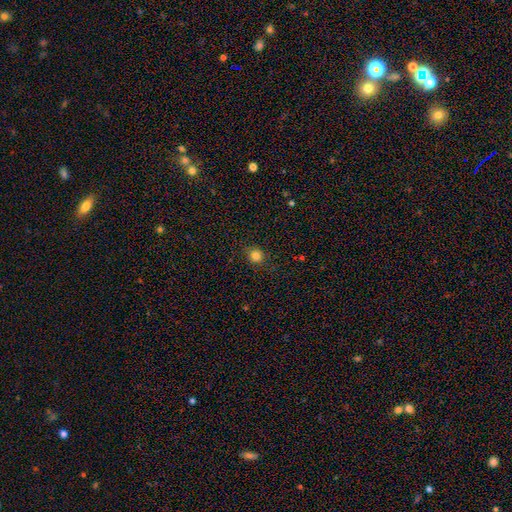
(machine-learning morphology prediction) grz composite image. It shows a smooth galaxy with no disk features (82%) that is round (86%). Merging: none (88%).